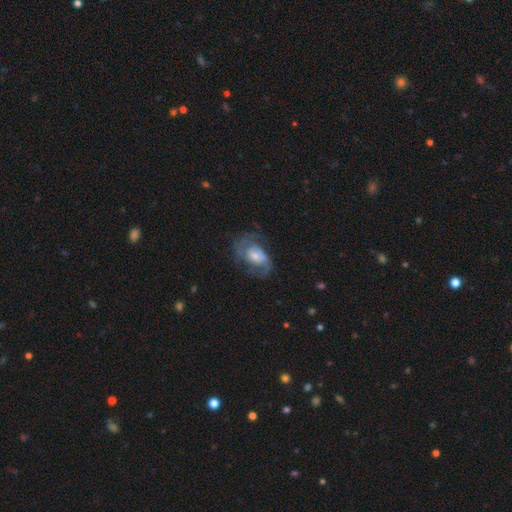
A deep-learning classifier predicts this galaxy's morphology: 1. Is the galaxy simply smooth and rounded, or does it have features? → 69% featured or disk, 24% smooth, 7% star or artifact.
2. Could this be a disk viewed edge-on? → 97% no, 3% yes.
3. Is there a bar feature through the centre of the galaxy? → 57% no, 35% weak, 8% strong.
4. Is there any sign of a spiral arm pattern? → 81% yes, 19% no.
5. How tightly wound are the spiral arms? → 47% medium, 27% tight, 26% loose.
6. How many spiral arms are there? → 58% 2, 23% can't tell, 7% 1, 7% 3, 2% 4, 2% more than 4.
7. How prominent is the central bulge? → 43% small, 42% moderate, 9% large, 4% none, 2% dominant.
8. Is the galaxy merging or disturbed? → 51% none, 25% major disturbance, 22% minor disturbance, 2% merger.